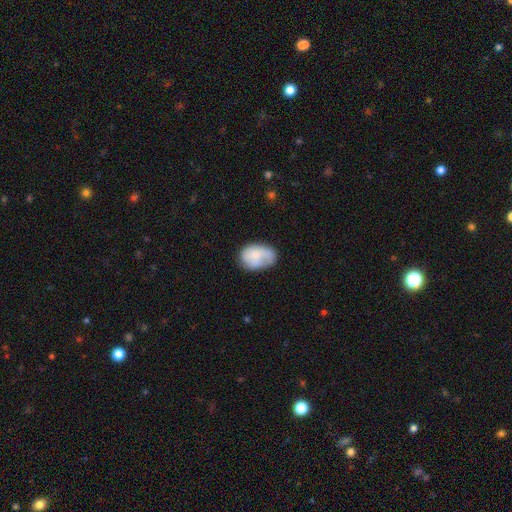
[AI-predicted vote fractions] Smooth or featured?
  - smooth: 70% *
  - featured or disk: 23%
  - star or artifact: 7%
How rounded?
  - in between: 82% *
  - round: 17%
  - cigar-shaped: 1%
Merging?
  - none: 53% *
  - minor disturbance: 30%
  - major disturbance: 13%
  - merger: 3%